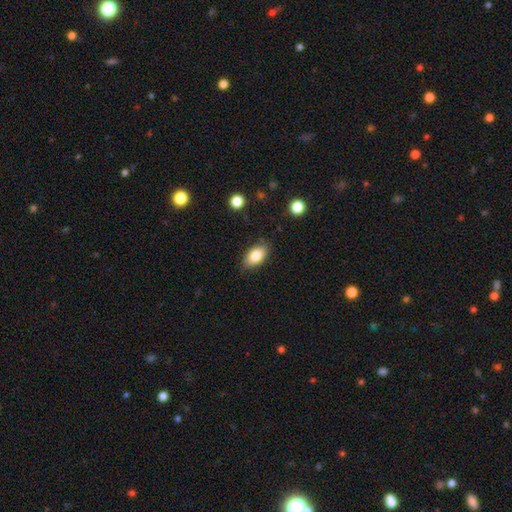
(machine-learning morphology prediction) type=smooth (83%); roundness=in between (91%); merging=none (84%).